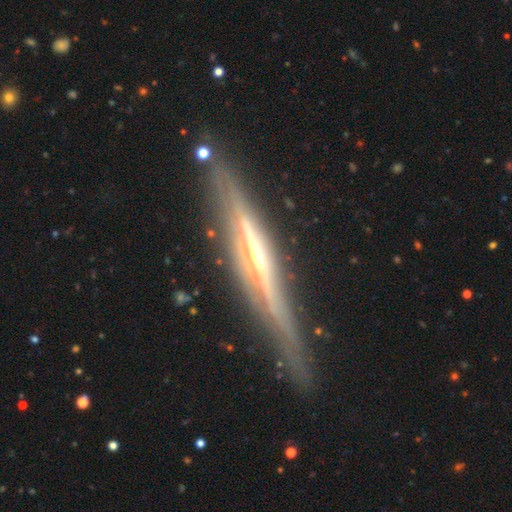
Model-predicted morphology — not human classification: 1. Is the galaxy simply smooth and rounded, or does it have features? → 86% featured or disk, 7% smooth, 6% star or artifact.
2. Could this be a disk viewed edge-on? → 97% yes, 3% no.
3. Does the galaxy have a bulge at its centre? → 67% rounded, 25% none, 8% boxy.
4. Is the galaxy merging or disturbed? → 84% none, 11% minor disturbance, 3% major disturbance, 2% merger.